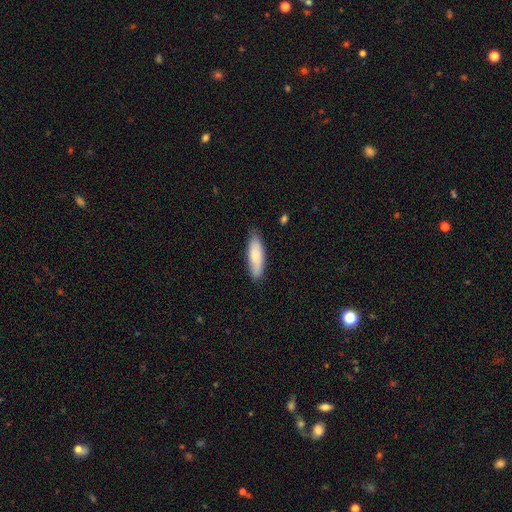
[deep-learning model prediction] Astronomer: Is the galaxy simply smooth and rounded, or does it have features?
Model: smooth — 79%.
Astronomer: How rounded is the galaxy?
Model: in between — 55% (runner-up: cigar-shaped, 43%).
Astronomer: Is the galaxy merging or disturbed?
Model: none — 81%.